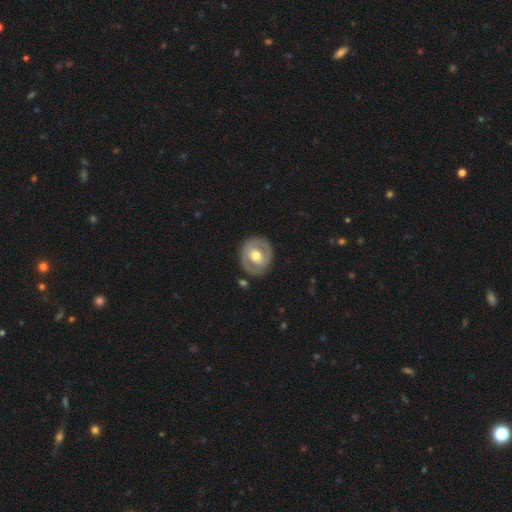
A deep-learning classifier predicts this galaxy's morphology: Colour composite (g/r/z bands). It shows a featured or disk galaxy (62%) with no bar (49%), no spiral arms (57%) and a moderate central bulge (74%). Merging: none (83%).